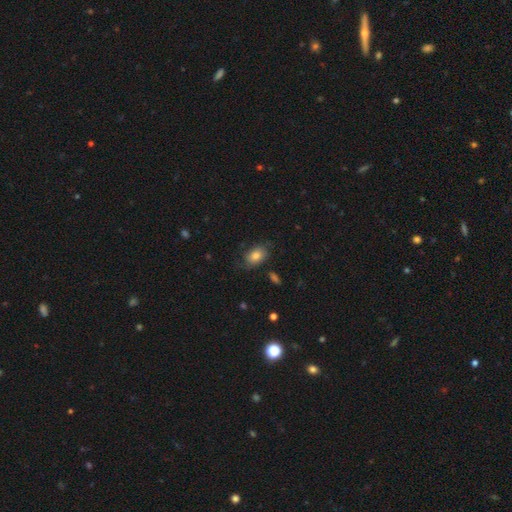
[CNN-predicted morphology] Smooth or featured?
  - smooth: 79% *
  - featured or disk: 13%
  - star or artifact: 8%
How rounded?
  - in between: 83% *
  - round: 16%
  - cigar-shaped: 2%
Merging?
  - none: 68% *
  - minor disturbance: 22%
  - major disturbance: 7%
  - merger: 2%